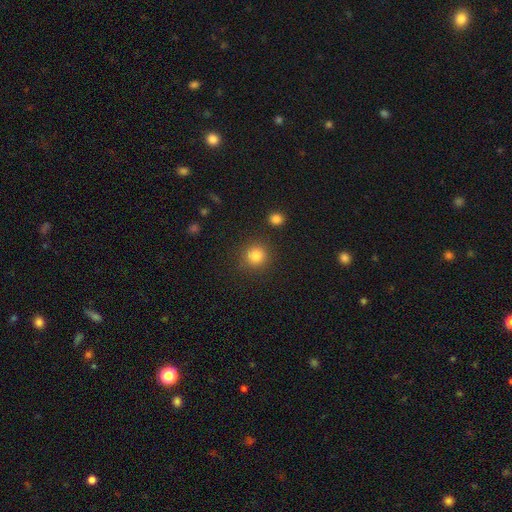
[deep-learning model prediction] Q: Smooth or featured?
A: smooth (84%); runner-up: star or artifact (11%)
Q: How rounded?
A: round (91%); runner-up: in between (8%)
Q: Merging?
A: none (86%); runner-up: minor disturbance (8%)